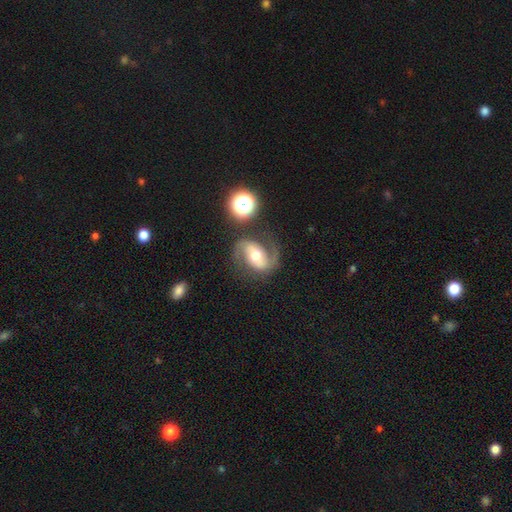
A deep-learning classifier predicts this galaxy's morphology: Smooth or featured? Predicted: featured or disk (p=0.80). Edge-on disk? Predicted: no (p=0.97). Bar? Predicted: weak (p=0.36). Spiral arms? Predicted: yes (p=0.94). Spiral winding? Predicted: medium (p=0.49). Spiral arm count? Predicted: 2 (p=0.89). Bulge size? Predicted: moderate (p=0.72). Merging? Predicted: none (p=0.69).